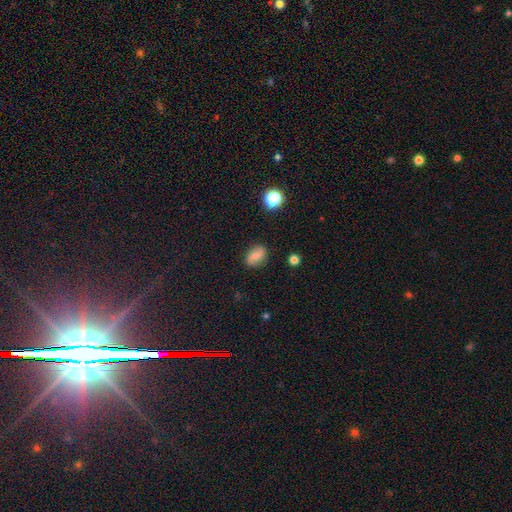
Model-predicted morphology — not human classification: Q: Smooth or featured?
A: smooth (70%); runner-up: featured or disk (19%)
Q: How rounded?
A: in between (81%); runner-up: round (17%)
Q: Merging?
A: none (84%); runner-up: minor disturbance (12%)